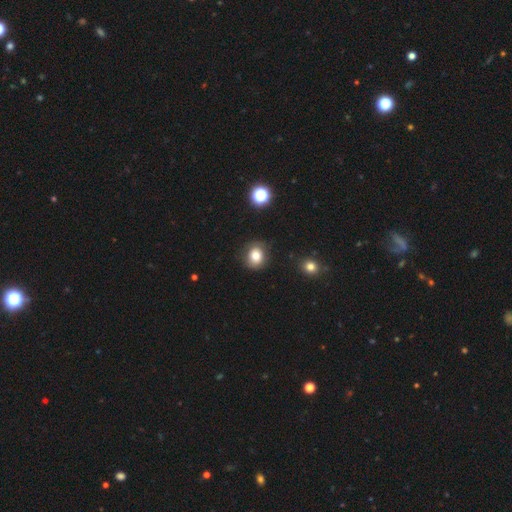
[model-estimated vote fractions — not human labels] smooth_or_featured: smooth (p=0.79) [alt: star or artifact p=0.12]
how_rounded: round (p=0.72) [alt: in between p=0.27]
merging: none (p=0.84) [alt: minor disturbance p=0.11]